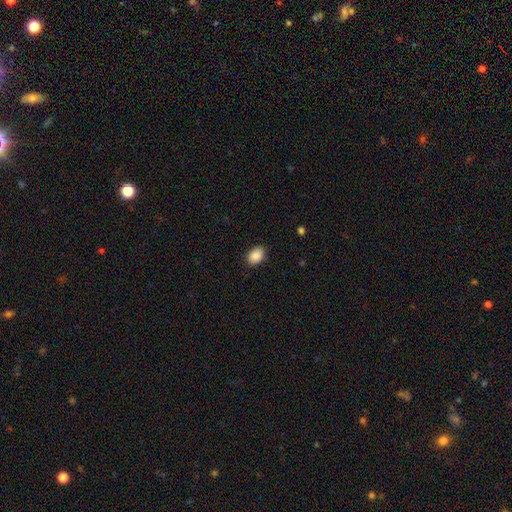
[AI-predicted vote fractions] smooth 89%, star or artifact 8%, featured or disk 3%. Down the decision tree: how rounded — in between (74%); merging — none (87%).